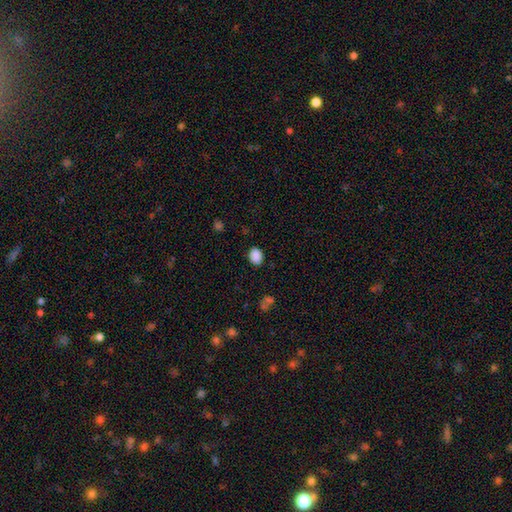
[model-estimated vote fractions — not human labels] A smooth galaxy with no disk features (88%) that is in between round and cigar-shaped (66%). Merging: none (86%).